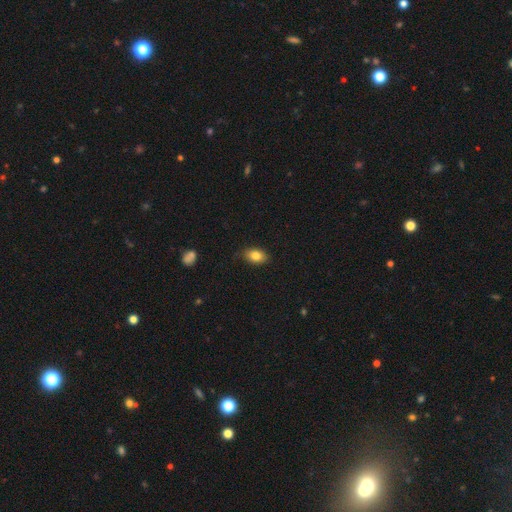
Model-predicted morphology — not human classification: smooth 82%, featured or disk 9%, star or artifact 9%. Down the decision tree: how rounded — in between (84%); merging — none (82%).